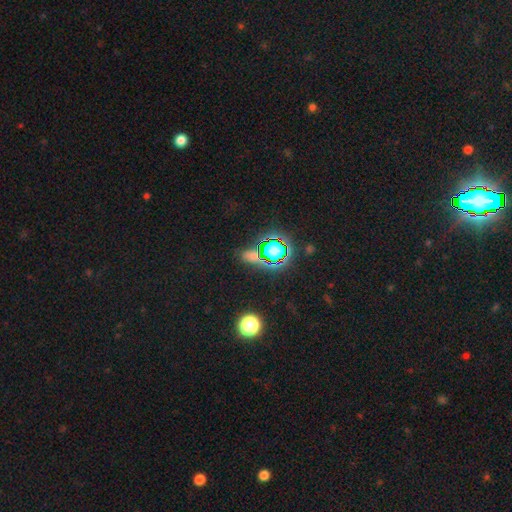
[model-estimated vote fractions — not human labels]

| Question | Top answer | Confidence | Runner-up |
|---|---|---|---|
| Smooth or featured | star or artifact | 70% | smooth (21%) |